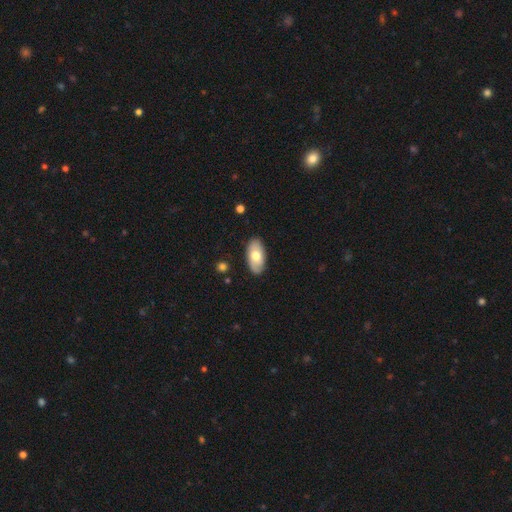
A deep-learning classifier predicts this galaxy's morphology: Overall: smooth (66%; featured or disk 28%). How rounded: in between (94%). Merging: none (85%).